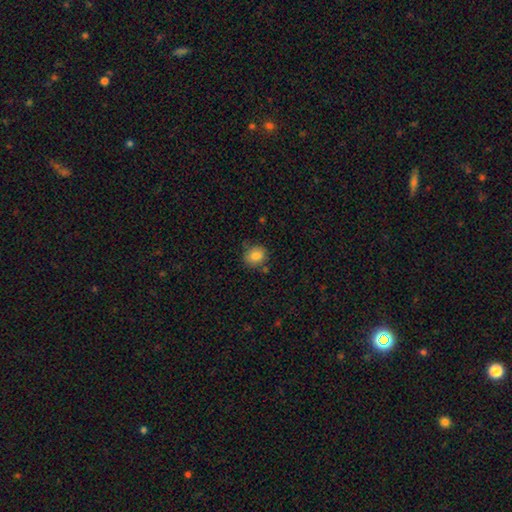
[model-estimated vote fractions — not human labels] Overall: smooth (83%). How rounded: round (77%). Merging: none (74%).